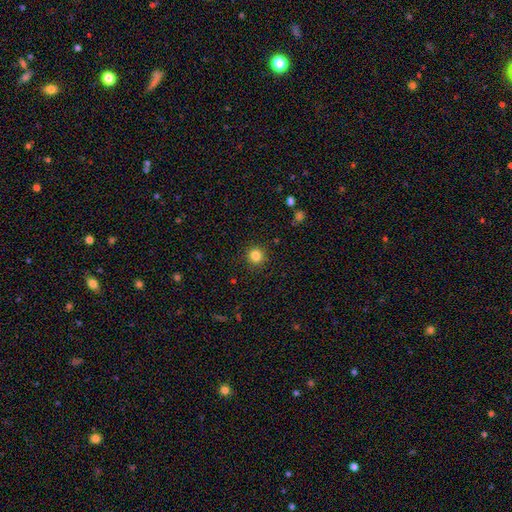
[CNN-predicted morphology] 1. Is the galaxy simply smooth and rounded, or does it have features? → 83% smooth, 12% star or artifact, 5% featured or disk.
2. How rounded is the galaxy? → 93% round, 6% in between, 1% cigar-shaped.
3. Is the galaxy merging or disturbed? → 91% none, 6% minor disturbance, 2% major disturbance, 1% merger.